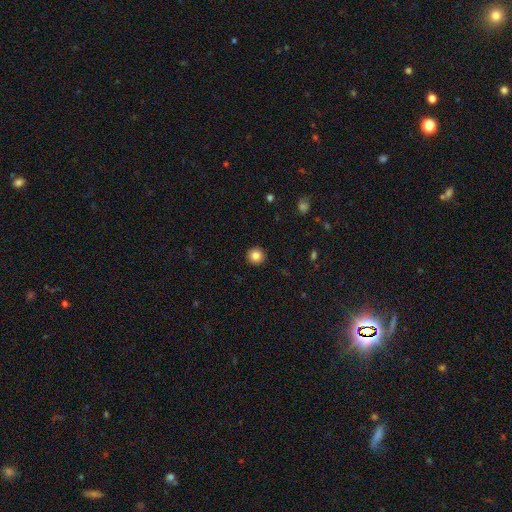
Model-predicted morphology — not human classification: smooth-or-featured: smooth: 85% | star or artifact: 10% | featured or disk: 5%
  how-rounded: round: 95% | in between: 4% | cigar-shaped: 1%
  merging: none: 93% | minor disturbance: 4% | major disturbance: 2% | merger: 1%